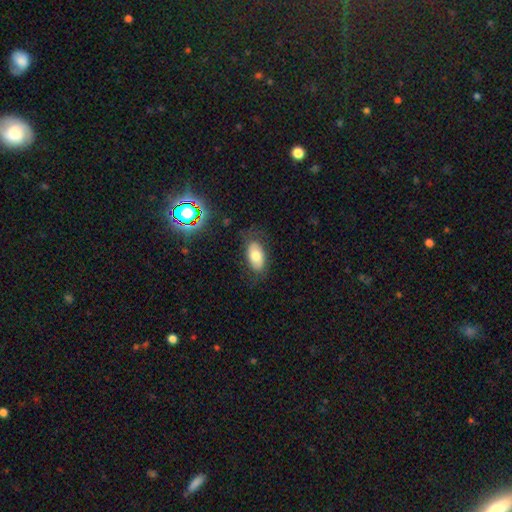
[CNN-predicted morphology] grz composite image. It shows a smooth galaxy with no disk features (68%) that is in between round and cigar-shaped (92%). Merging: none (74%).